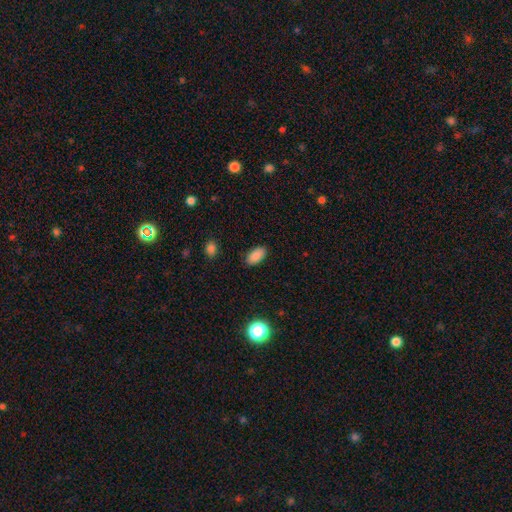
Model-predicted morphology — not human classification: Smooth or featured: smooth — 87% (star or artifact — 9%)
How rounded: in between — 93% (round — 4%)
Merging: none — 87% (minor disturbance — 9%)